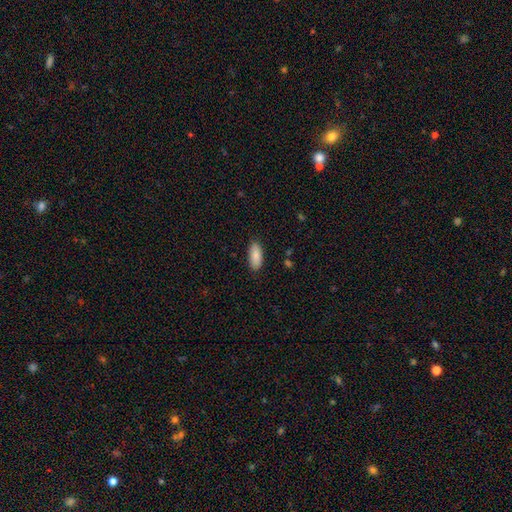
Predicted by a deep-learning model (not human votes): Q: Smooth or featured?
A: smooth (86%); runner-up: featured or disk (8%)
Q: How rounded?
A: in between (87%); runner-up: cigar-shaped (11%)
Q: Merging?
A: none (87%); runner-up: minor disturbance (10%)